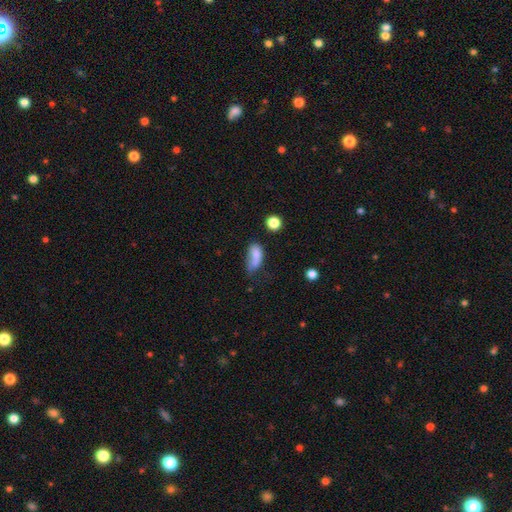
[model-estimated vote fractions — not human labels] Q: Smooth or featured?
A: smooth (72%); runner-up: featured or disk (17%)
Q: How rounded?
A: in between (82%); runner-up: cigar-shaped (9%)
Q: Merging?
A: merger (26%); tied with: minor disturbance (26%)